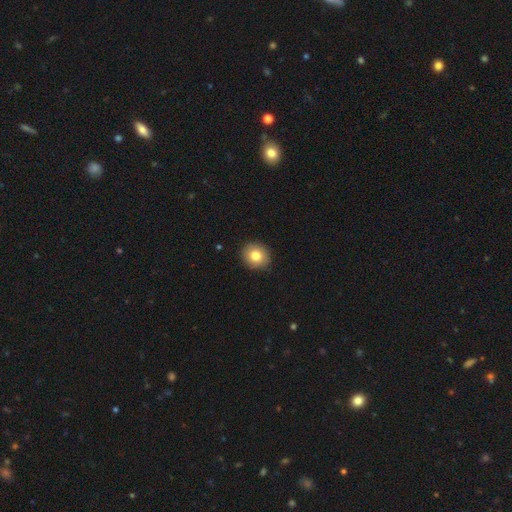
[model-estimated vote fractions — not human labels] A smooth galaxy with no disk features (81%) that is round (82%). Merging: none (91%).